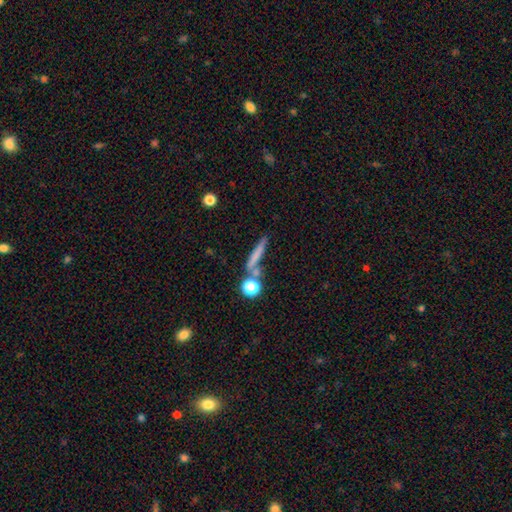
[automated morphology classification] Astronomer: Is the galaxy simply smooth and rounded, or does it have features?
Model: smooth — 65%.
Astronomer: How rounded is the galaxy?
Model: cigar-shaped — 84%.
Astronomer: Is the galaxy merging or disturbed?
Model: none — 65%.